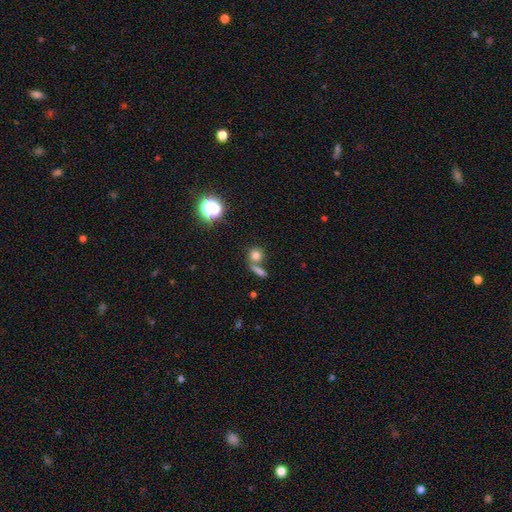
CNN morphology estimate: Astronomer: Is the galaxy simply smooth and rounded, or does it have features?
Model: smooth — 76%.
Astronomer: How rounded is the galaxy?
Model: round — 83%.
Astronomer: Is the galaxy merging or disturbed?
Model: none — 57%.